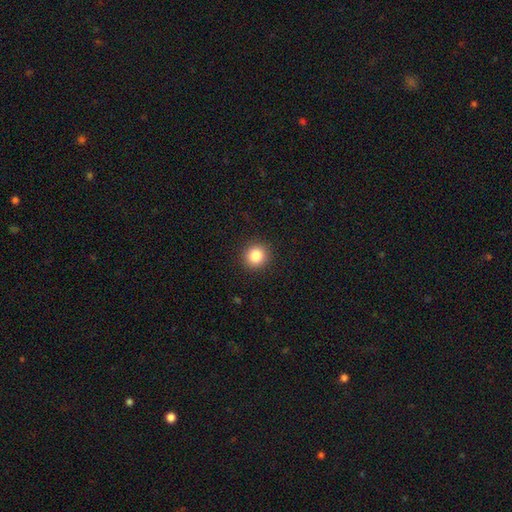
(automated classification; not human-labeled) A smooth galaxy with no disk features (85%) that is round (93%).

Vote fractions:
- Smooth or featured? smooth: 85% / star or artifact: 10% / featured or disk: 5%
- How rounded? round: 93% / in between: 6% / cigar-shaped: 1%
- Merging? none: 92% / minor disturbance: 5% / major disturbance: 2% / merger: 1%